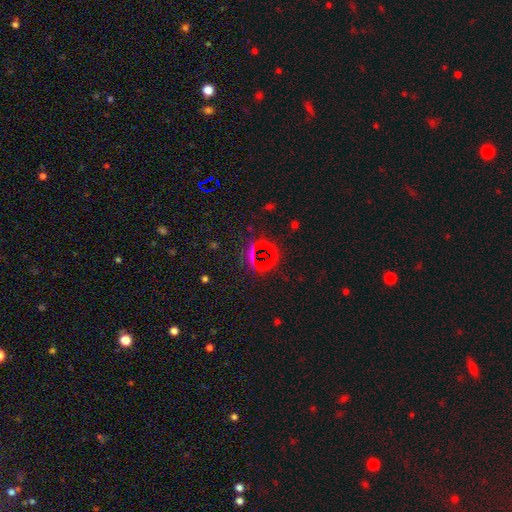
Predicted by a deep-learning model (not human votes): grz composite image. It shows a star or artifact, not a galaxy (69%).